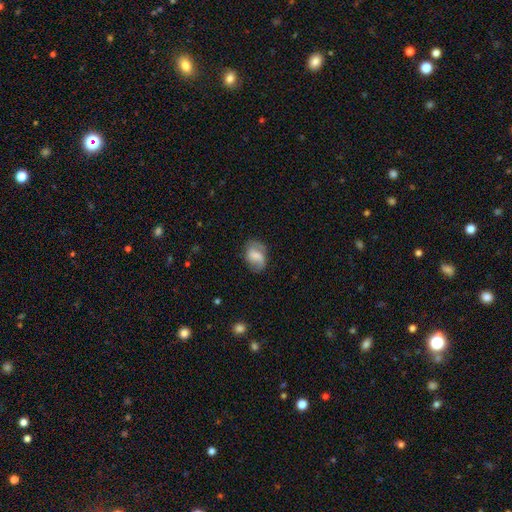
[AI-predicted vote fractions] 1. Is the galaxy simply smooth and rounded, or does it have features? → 52% smooth, 39% featured or disk, 9% star or artifact.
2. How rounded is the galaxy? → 76% in between, 23% round, 2% cigar-shaped.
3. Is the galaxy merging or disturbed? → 55% none, 27% minor disturbance, 15% major disturbance, 2% merger.